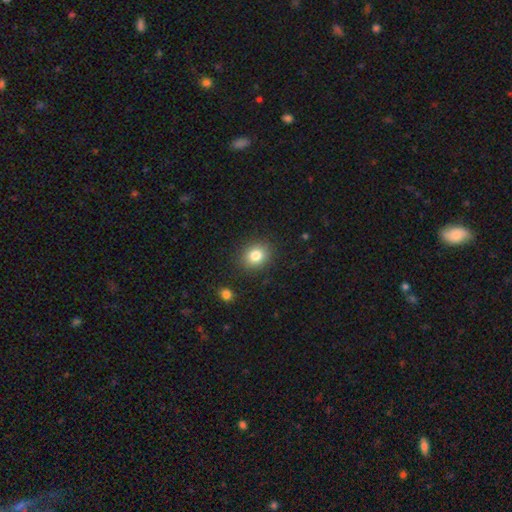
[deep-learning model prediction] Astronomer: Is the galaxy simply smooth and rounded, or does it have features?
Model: smooth — 82%.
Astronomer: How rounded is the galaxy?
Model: round — 65%.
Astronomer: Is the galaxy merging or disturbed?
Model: none — 88%.